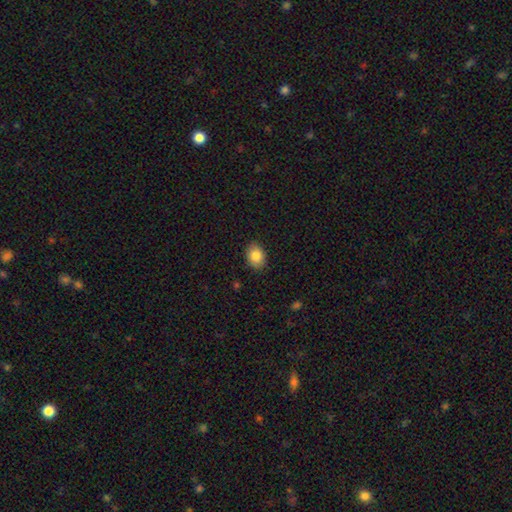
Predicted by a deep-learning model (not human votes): Morphology: type=smooth (85%); roundness=in between (71%); merging=none (88%).